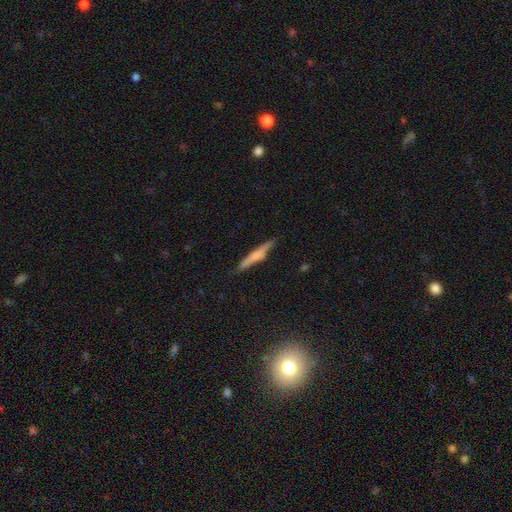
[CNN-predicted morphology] A featured or disk galaxy (47%). Merging: none (84%).